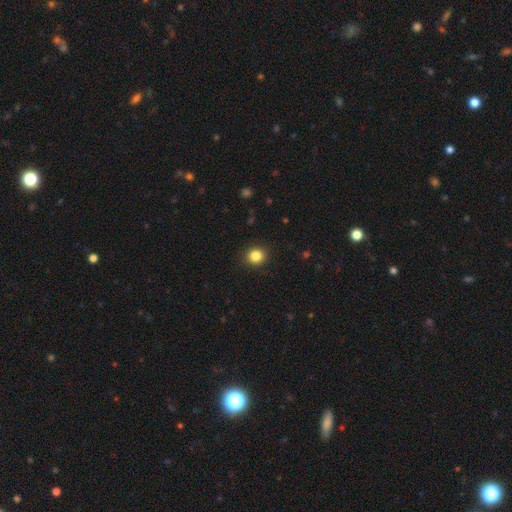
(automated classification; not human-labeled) Morphology: type=smooth (85%); roundness=round (85%); merging=none (91%).